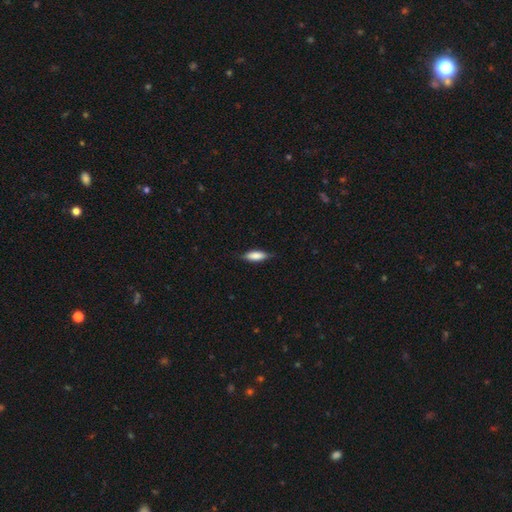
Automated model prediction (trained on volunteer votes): Smooth or featured: smooth — 77% (featured or disk — 17%)
How rounded: in between — 57% (cigar-shaped — 41%)
Merging: none — 78% (minor disturbance — 17%)